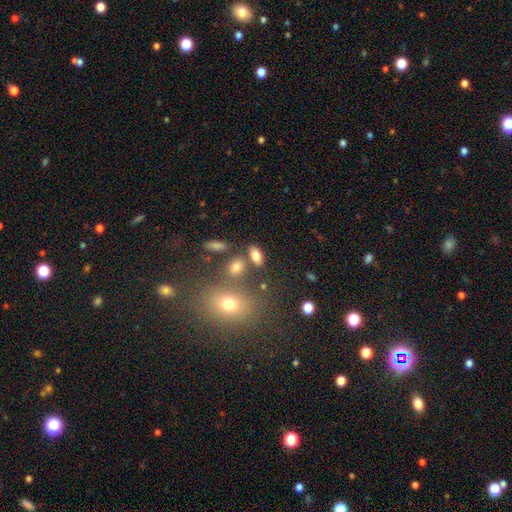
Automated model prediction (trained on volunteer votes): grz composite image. It shows a smooth galaxy with no disk features (77%) that is in between round and cigar-shaped (85%). Merging: none (72%).